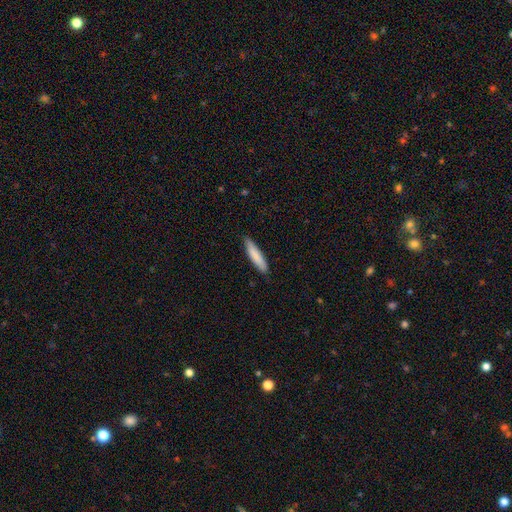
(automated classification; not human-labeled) Smooth or featured? smooth (84%)
How rounded? cigar-shaped (85%)
Merging? none (86%)